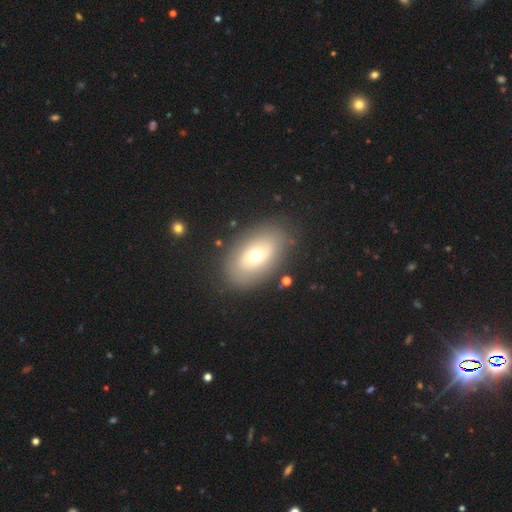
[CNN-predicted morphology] smooth-or-featured: smooth: 54% | featured or disk: 38% | star or artifact: 8%
  how-rounded: in between: 87% | round: 11% | cigar-shaped: 2%
  merging: none: 82% | minor disturbance: 11% | major disturbance: 5% | merger: 2%